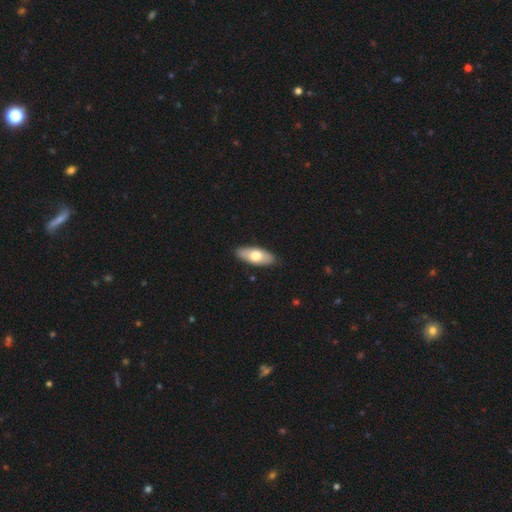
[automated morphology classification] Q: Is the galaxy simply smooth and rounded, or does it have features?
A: smooth — 67%.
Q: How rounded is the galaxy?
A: in between — 83%.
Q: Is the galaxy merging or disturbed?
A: none — 89%.